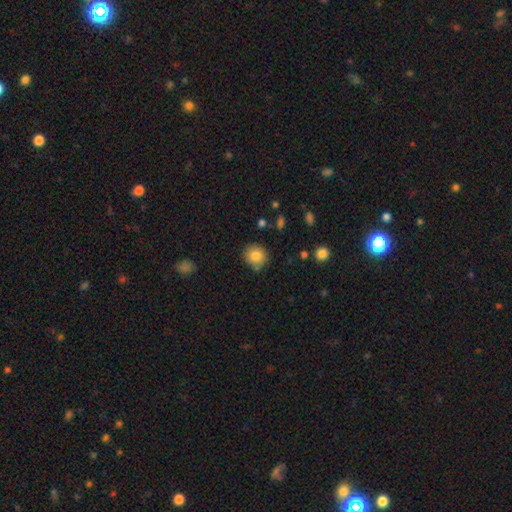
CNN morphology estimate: type=smooth (83%); roundness=round (87%); merging=none (81%).